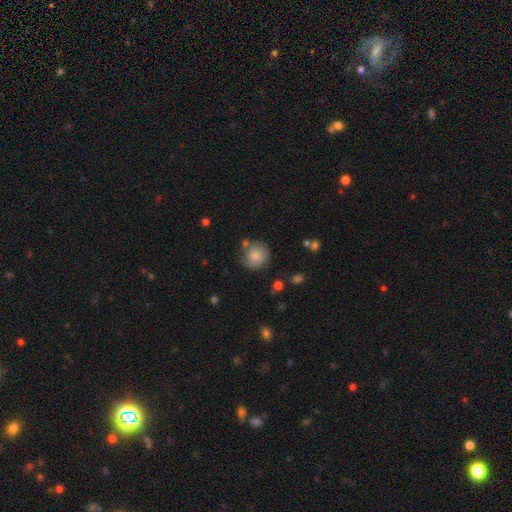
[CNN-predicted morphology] The model was most divided on "merging": none: 63%, minor disturbance: 22%, major disturbance: 8%, merger: 7%. More confident: how rounded — round (86%); smooth or featured — smooth (69%).